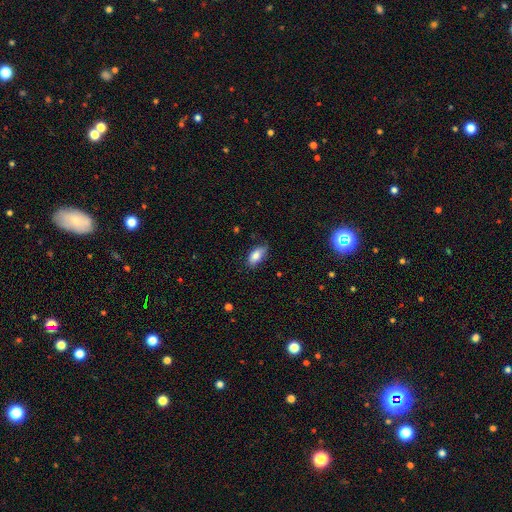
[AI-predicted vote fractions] Smooth or featured: smooth — 84% (featured or disk — 9%)
How rounded: in between — 89% (cigar-shaped — 8%)
Merging: none — 72% (minor disturbance — 23%)